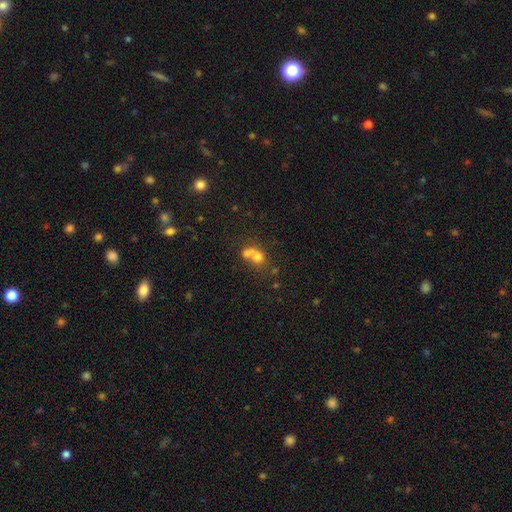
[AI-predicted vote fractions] A smooth galaxy with no disk features (66%) that is round (70%). Merging: merger (64%).